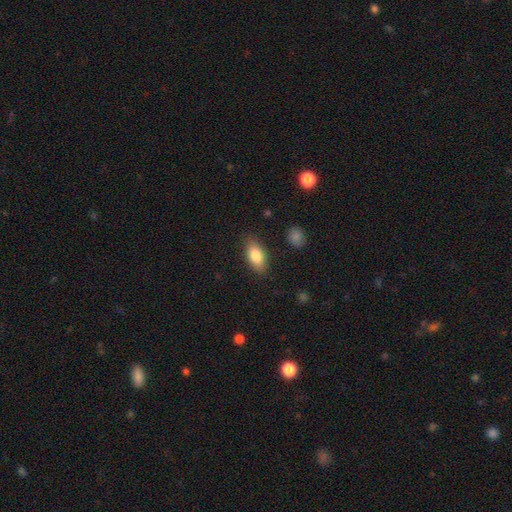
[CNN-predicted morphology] The model was most divided on "smooth or featured": smooth: 82%, featured or disk: 12%, star or artifact: 7%. More confident: how rounded — in between (86%); merging — none (84%).